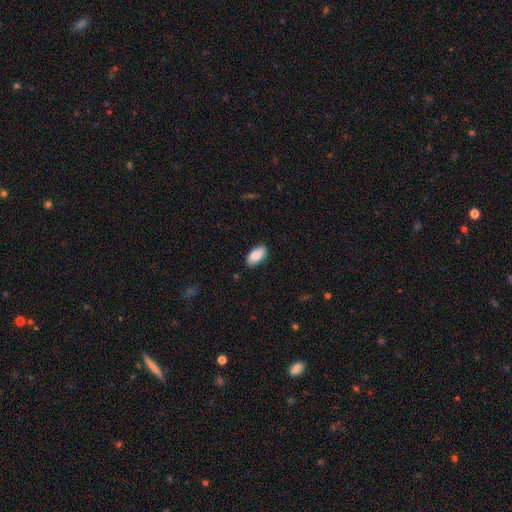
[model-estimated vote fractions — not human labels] Q: Smooth or featured?
A: smooth (84%); runner-up: featured or disk (10%)
Q: How rounded?
A: in between (94%); runner-up: cigar-shaped (3%)
Q: Merging?
A: none (87%); runner-up: minor disturbance (10%)